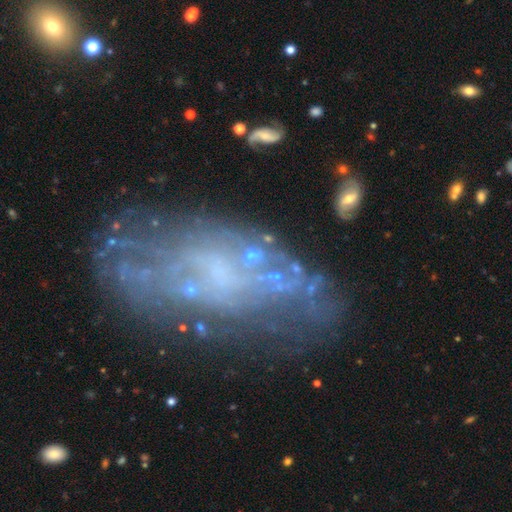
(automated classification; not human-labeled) Smooth or featured? featured or disk (70%)
Edge-on disk? no (93%)
Bar? no (65%)
Spiral arms? yes (65%)
Bulge size? none (51%)
Merging? none (53%)